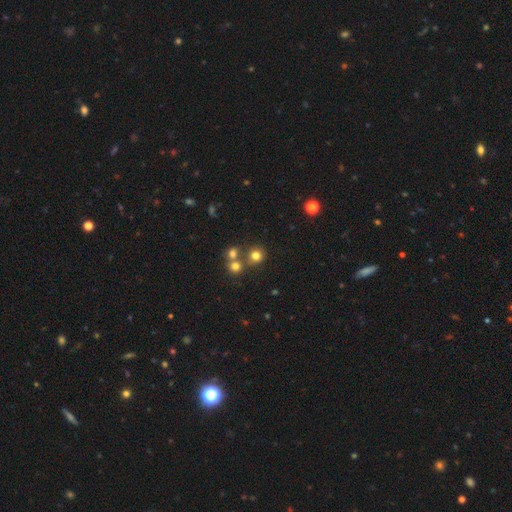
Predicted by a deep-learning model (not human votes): Smooth or featured: smooth — 75% (star or artifact — 17%)
How rounded: round — 88% (in between — 11%)
Merging: none — 66% (merger — 23%)